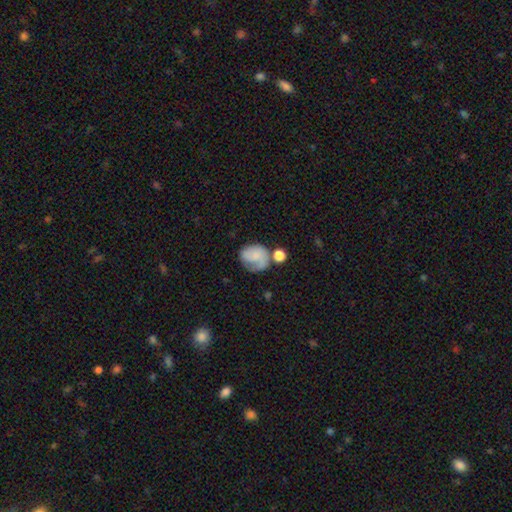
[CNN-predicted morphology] Smooth or featured? Predicted: smooth (p=0.60). How rounded? Predicted: round (p=0.62). Merging? Predicted: none (p=0.40).